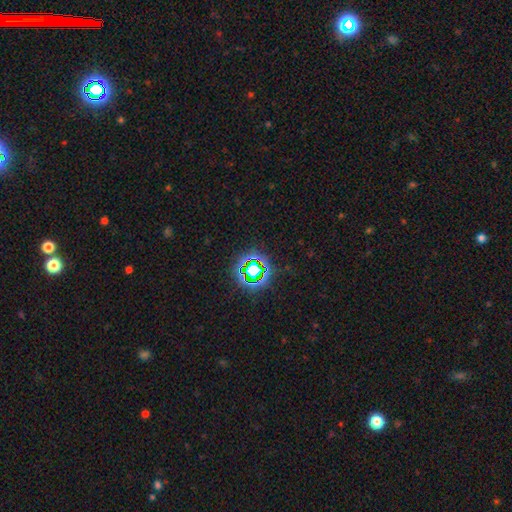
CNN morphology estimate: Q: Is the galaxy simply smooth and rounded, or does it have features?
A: star or artifact — 74%.